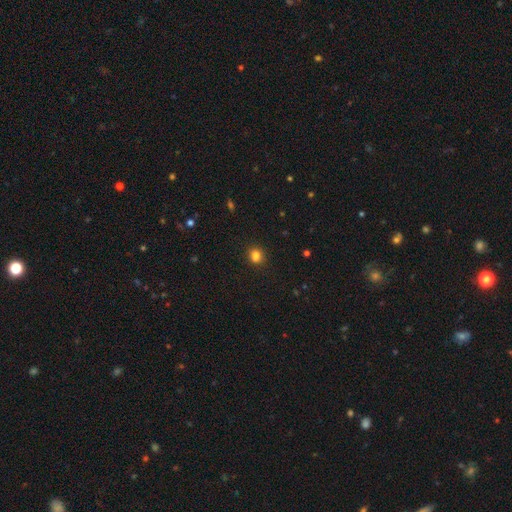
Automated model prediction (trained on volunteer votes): smooth-or-featured: smooth: 82% | star or artifact: 13% | featured or disk: 5%
  how-rounded: round: 70% | in between: 28% | cigar-shaped: 1%
  merging: none: 84% | minor disturbance: 10% | merger: 4% | major disturbance: 3%